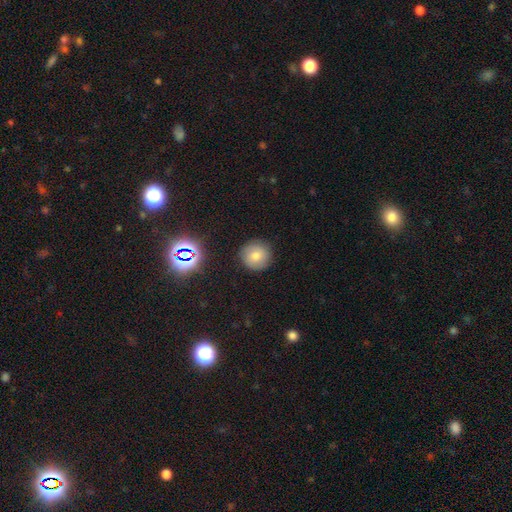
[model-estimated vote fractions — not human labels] smooth_or_featured: smooth (p=0.73) [alt: star or artifact p=0.14]
how_rounded: round (p=0.95) [alt: in between p=0.04]
merging: none (p=0.89) [alt: minor disturbance p=0.07]